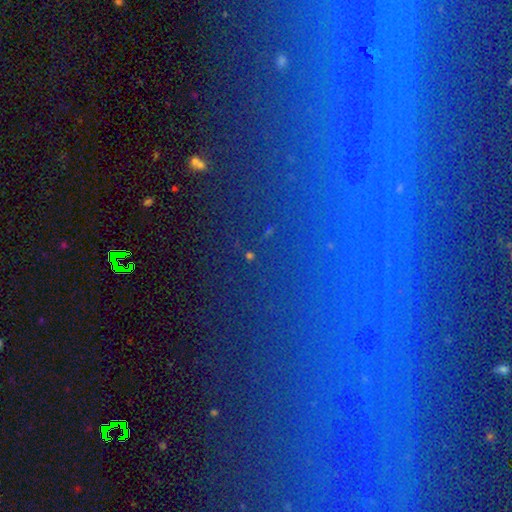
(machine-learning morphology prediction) This is likely a star or artifact rather than a galaxy (77%).